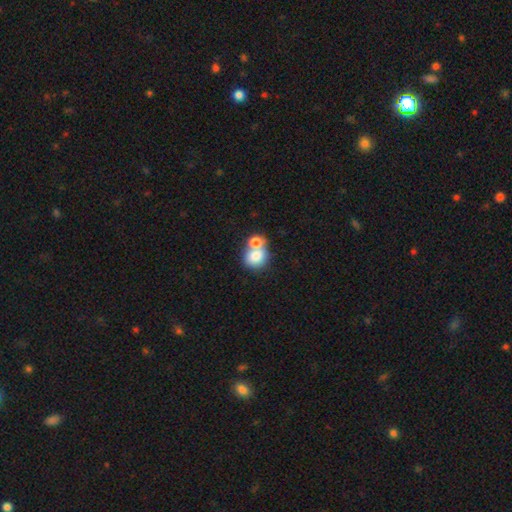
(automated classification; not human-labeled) Morphology: type=smooth (78%); roundness=round (64%); merging=merger (58%).